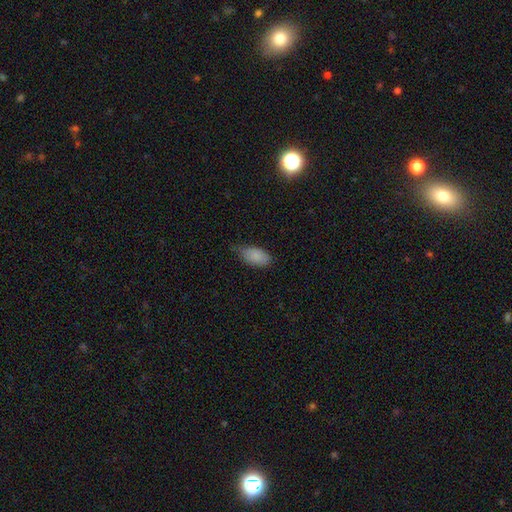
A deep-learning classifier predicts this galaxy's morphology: Overall: smooth (88%). How rounded: in between (93%). Merging: none (61%; minor disturbance 32%).